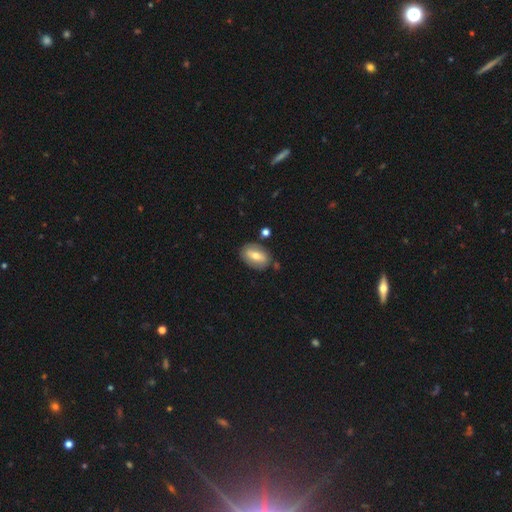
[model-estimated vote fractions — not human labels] Morphology: type=smooth (57%); roundness=in between (86%); merging=none (79%).